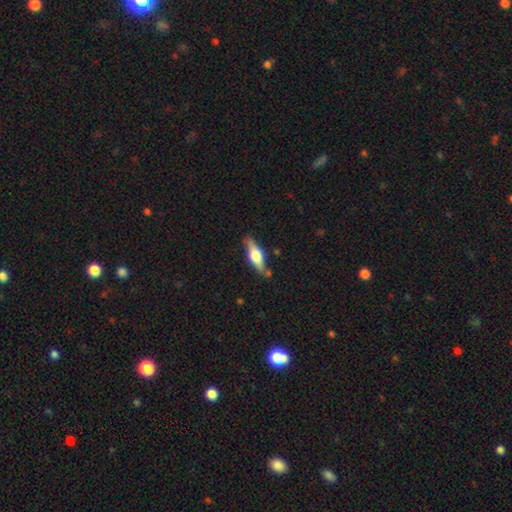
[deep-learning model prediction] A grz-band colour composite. It shows a featured or disk galaxy (58%) viewed edge-on (93%) with a rounded central bulge (91%). Merging: none (81%).